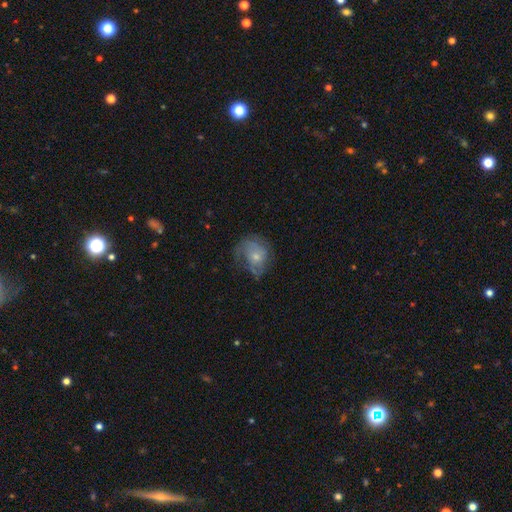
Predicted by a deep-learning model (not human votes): Smooth or featured? Predicted: featured or disk (p=0.55). Edge-on disk? Predicted: no (p=0.97). Bar? Predicted: no (p=0.79). Spiral arms? Predicted: yes (p=0.73). Bulge size? Predicted: small (p=0.53). Merging? Predicted: none (p=0.46).